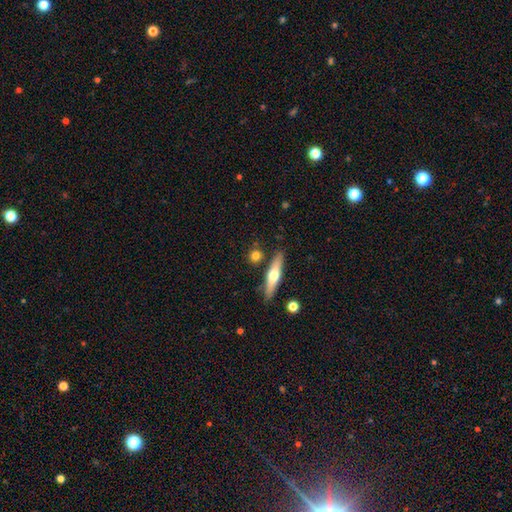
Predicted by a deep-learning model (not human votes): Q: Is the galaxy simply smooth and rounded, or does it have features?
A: smooth — 66%.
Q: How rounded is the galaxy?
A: round — 43%.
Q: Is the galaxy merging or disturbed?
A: none — 78%.